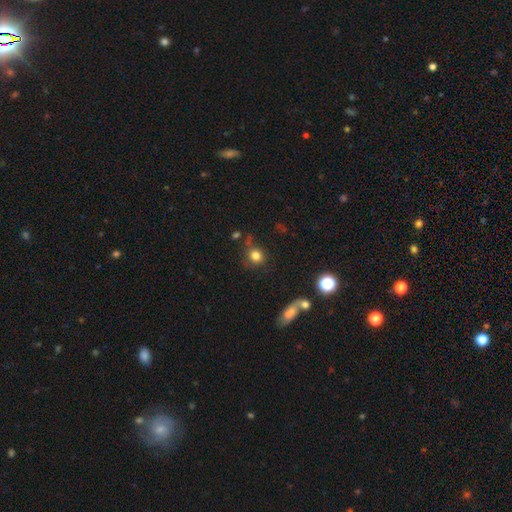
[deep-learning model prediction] Smooth or featured?
  - smooth: 80% *
  - star or artifact: 12%
  - featured or disk: 8%
How rounded?
  - round: 83% *
  - in between: 16%
  - cigar-shaped: 1%
Merging?
  - none: 64% *
  - minor disturbance: 19%
  - major disturbance: 9%
  - merger: 9%